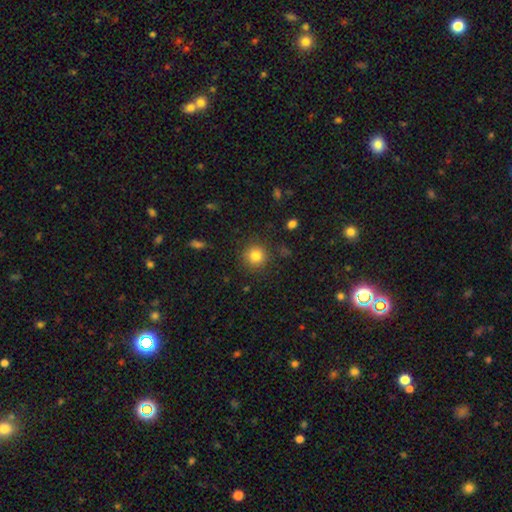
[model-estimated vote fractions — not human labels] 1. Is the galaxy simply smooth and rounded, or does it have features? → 82% smooth, 12% star or artifact, 6% featured or disk.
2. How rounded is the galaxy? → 94% round, 5% in between, 1% cigar-shaped.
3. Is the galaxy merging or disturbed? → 88% none, 7% minor disturbance, 3% major disturbance, 2% merger.